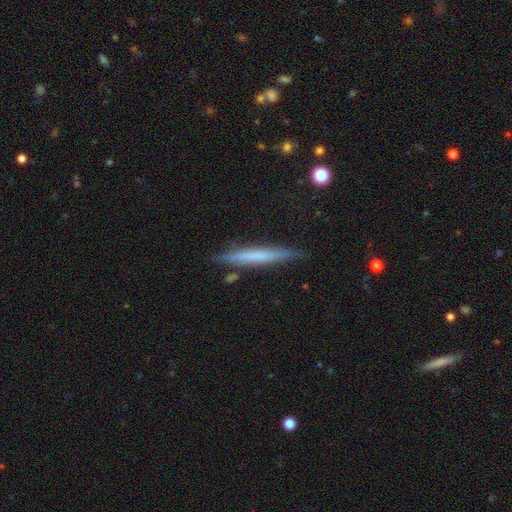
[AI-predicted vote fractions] Morphology: type=smooth (53%); roundness=cigar-shaped (95%); merging=none (85%).